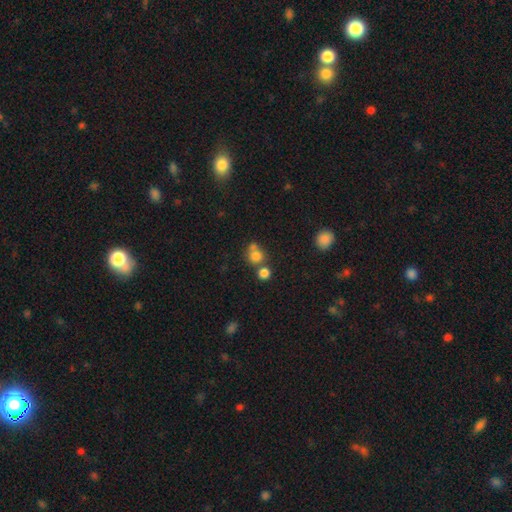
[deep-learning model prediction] A smooth galaxy with no disk features (77%) that is round (85%).

Vote fractions:
- Smooth or featured? smooth: 77% / star or artifact: 13% / featured or disk: 9%
- How rounded? round: 85% / in between: 14% / cigar-shaped: 1%
- Merging? none: 50% / merger: 36% / minor disturbance: 9% / major disturbance: 4%